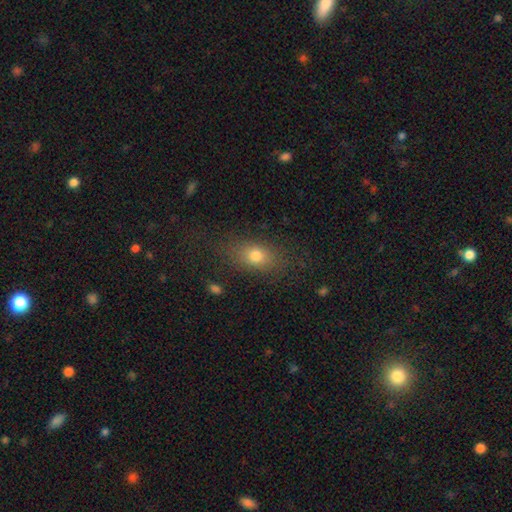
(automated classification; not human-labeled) Smooth or featured? smooth (76%)
How rounded? in between (71%)
Merging? none (77%)